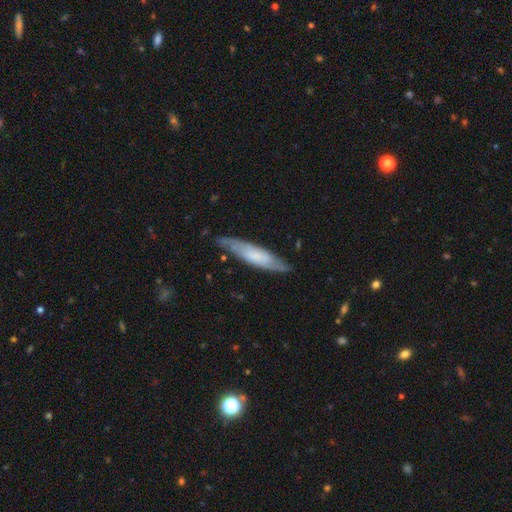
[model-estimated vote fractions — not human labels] Smooth or featured: smooth — 48% (featured or disk — 46%)
Merging: none — 79% (minor disturbance — 16%)